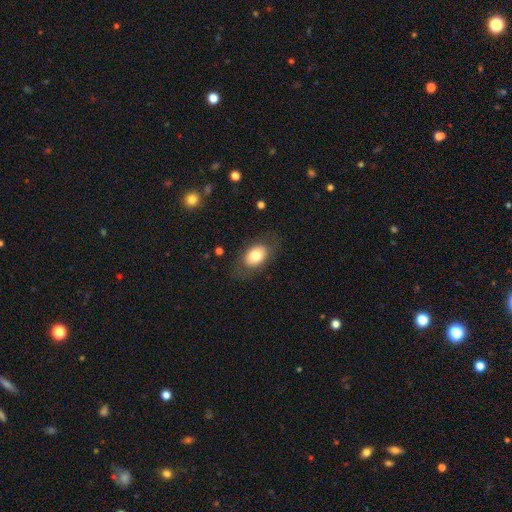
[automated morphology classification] Smooth or featured? smooth (77%)
How rounded? in between (83%)
Merging? none (79%)